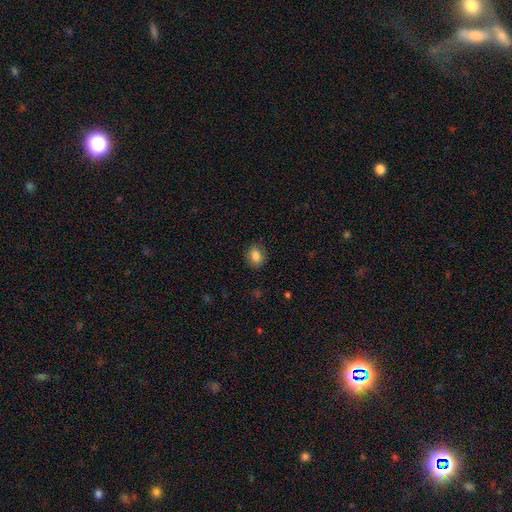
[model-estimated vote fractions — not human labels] A smooth galaxy with no disk features (84%) that is in between round and cigar-shaped (57%).

Vote fractions:
- Smooth or featured? smooth: 84% / star or artifact: 9% / featured or disk: 7%
- How rounded? in between: 57% / round: 41% / cigar-shaped: 1%
- Merging? none: 83% / minor disturbance: 12% / major disturbance: 3% / merger: 1%